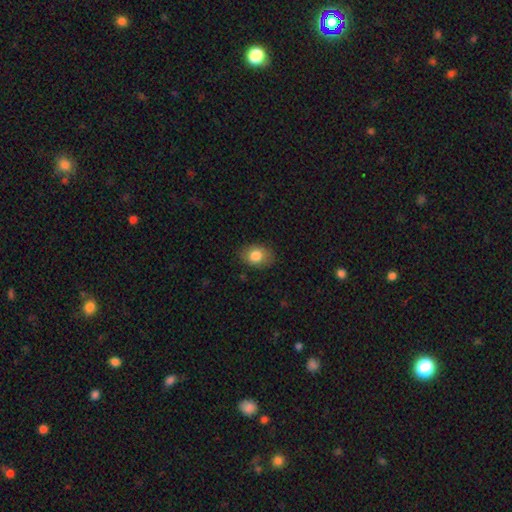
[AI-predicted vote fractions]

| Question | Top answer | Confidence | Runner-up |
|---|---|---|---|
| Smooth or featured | smooth | 83% | featured or disk (9%) |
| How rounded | in between | 68% | round (31%) |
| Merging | none | 83% | minor disturbance (13%) |